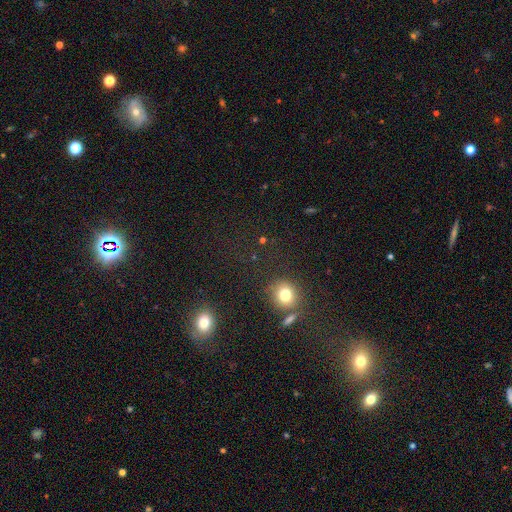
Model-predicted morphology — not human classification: smooth_or_featured: star or artifact (p=0.47) [alt: smooth p=0.45]